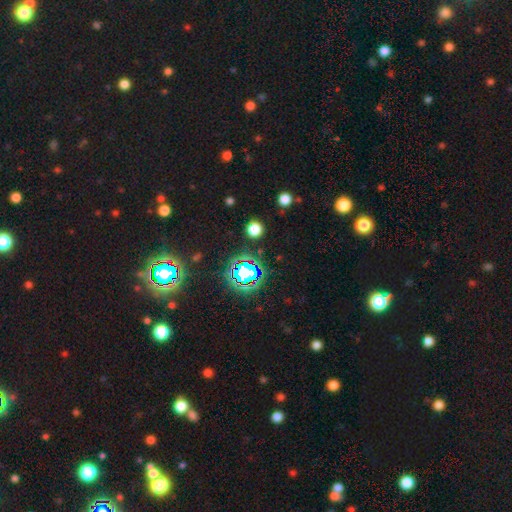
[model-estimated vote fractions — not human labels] Smooth or featured?
  - star or artifact: 78% *
  - smooth: 14%
  - featured or disk: 8%